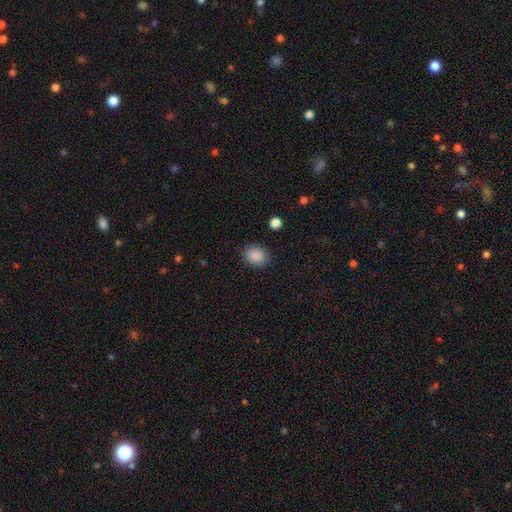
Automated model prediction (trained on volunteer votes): smooth 88%, star or artifact 8%, featured or disk 4%. Down the decision tree: how rounded — round (55%); merging — none (84%).